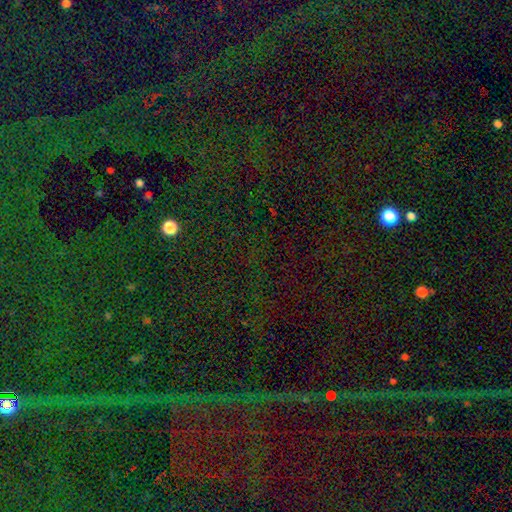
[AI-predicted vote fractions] This is clearly a star or artifact rather than a galaxy (81%).